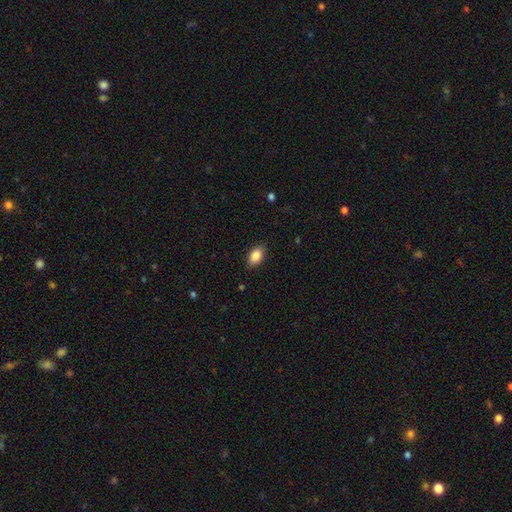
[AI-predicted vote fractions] smooth-or-featured: smooth: 88% | star or artifact: 7% | featured or disk: 4%
  how-rounded: in between: 91% | round: 7% | cigar-shaped: 2%
  merging: none: 86% | minor disturbance: 10% | major disturbance: 2% | merger: 1%